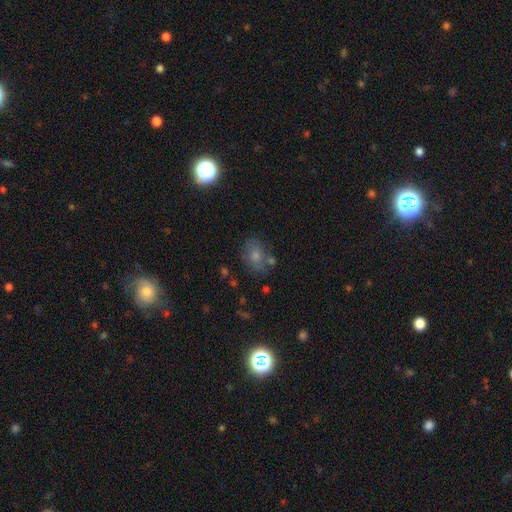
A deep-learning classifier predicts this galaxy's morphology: Overall: smooth (64%). How rounded: in between (64%; round 34%). Merging: none (61%).